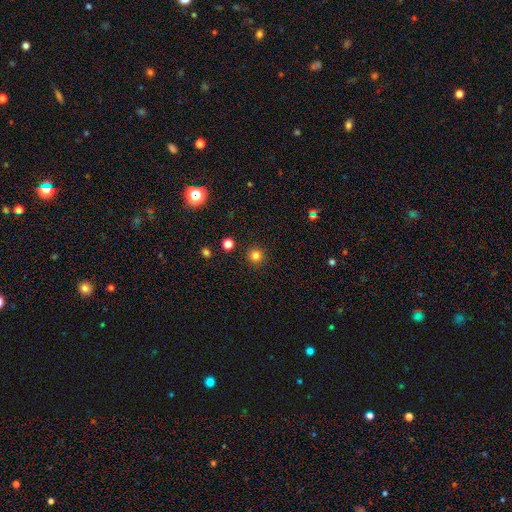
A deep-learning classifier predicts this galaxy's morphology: This appears to be a smooth galaxy with no disk features (82%) that is round (95%). Merging: none (92%).